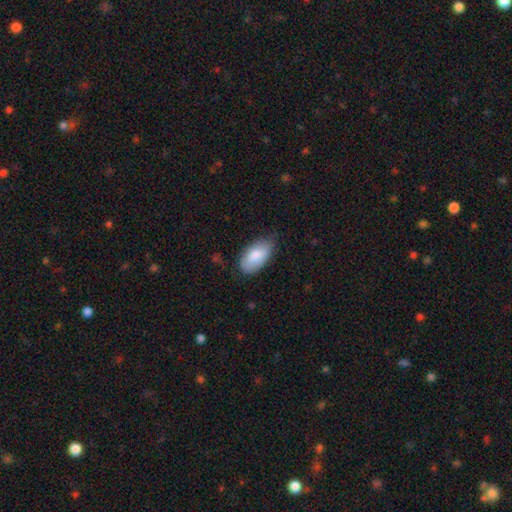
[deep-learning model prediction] Smooth or featured? Predicted: smooth (p=0.84). How rounded? Predicted: in between (p=0.95). Merging? Predicted: none (p=0.65).